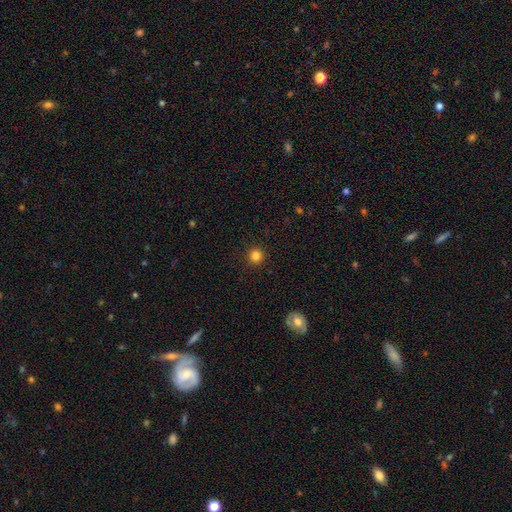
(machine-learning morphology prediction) smooth_or_featured: smooth (p=0.83) [alt: star or artifact p=0.12]
how_rounded: round (p=0.94) [alt: in between p=0.05]
merging: none (p=0.91) [alt: minor disturbance p=0.06]